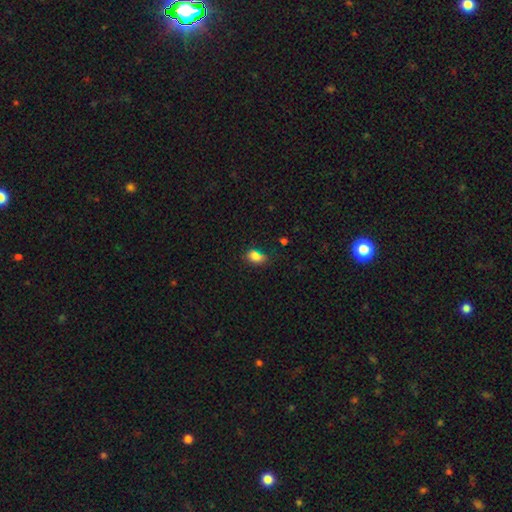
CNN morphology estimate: A smooth galaxy with no disk features (80%) that is in between round and cigar-shaped (75%). Merging: none (64%).